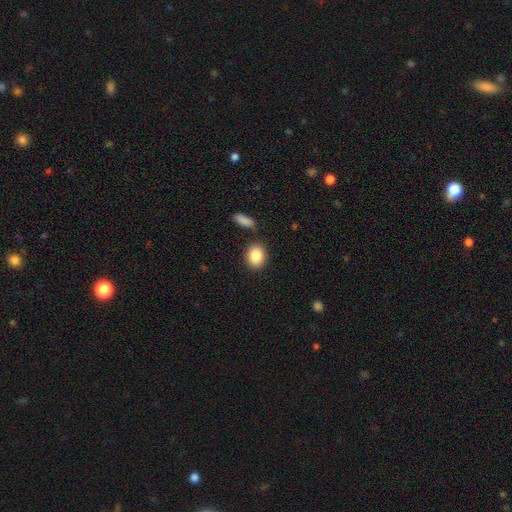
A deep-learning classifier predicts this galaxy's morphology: Overall: smooth (86%). How rounded: in between (50%; round 48%). Merging: none (79%).